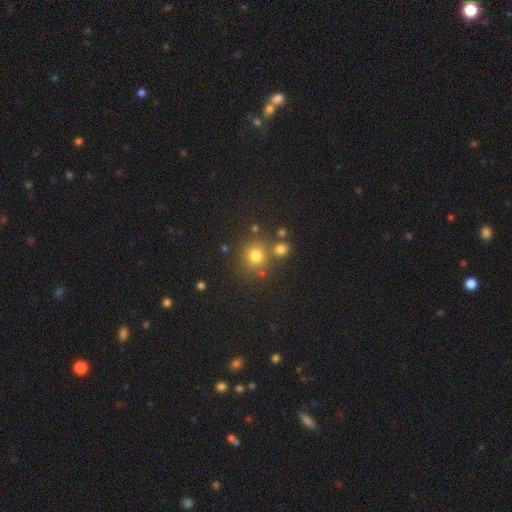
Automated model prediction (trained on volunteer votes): This is likely a smooth galaxy (75%). How rounded: clearly round (89%). Merging: likely none (74%).